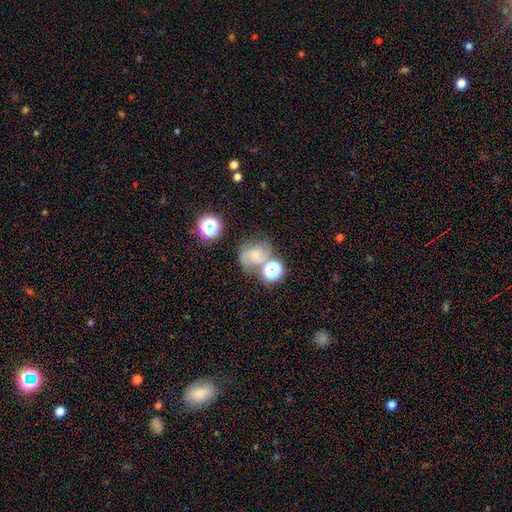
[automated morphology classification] The model was most divided on "smooth or featured": featured or disk: 40%, smooth: 39%, star or artifact: 21%. Remaining: merging — none (46%).